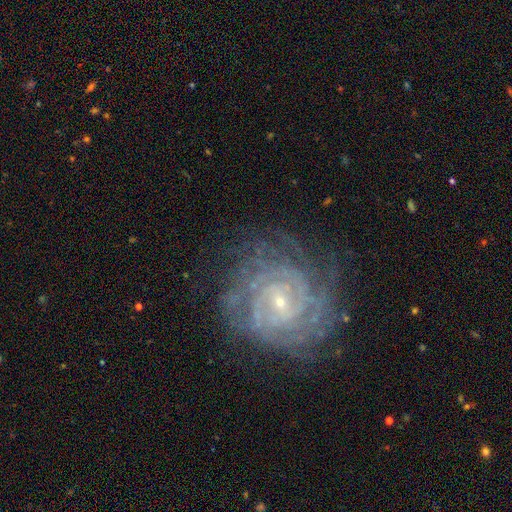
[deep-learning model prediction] featured or disk 80%, star or artifact 11%, smooth 9%. Down the decision tree: edge-on disk — no (97%); bar — weak (43%); spiral arms — yes (95%); spiral arm count — can't tell (38%); spiral winding — tight (79%); bulge size — small (75%); merging — none (79%).